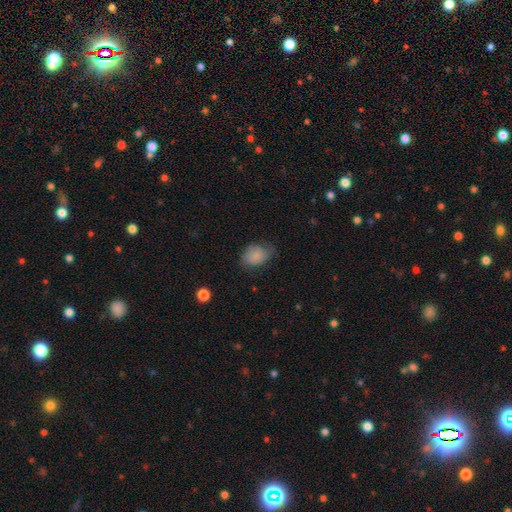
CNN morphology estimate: Smooth or featured? smooth (83%)
How rounded? in between (73%)
Merging? none (61%)